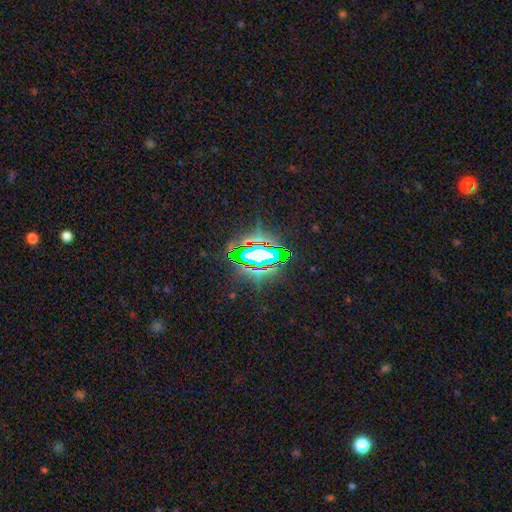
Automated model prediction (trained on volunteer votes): Q: Smooth or featured?
A: star or artifact (67%); runner-up: featured or disk (16%)